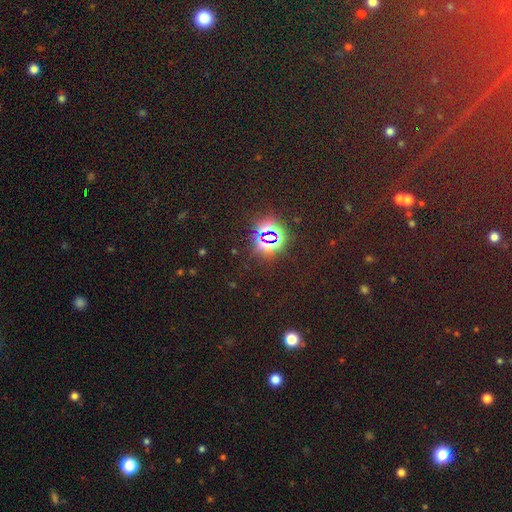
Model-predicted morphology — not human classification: smooth_or_featured: star or artifact (p=0.65) [alt: smooth p=0.27]